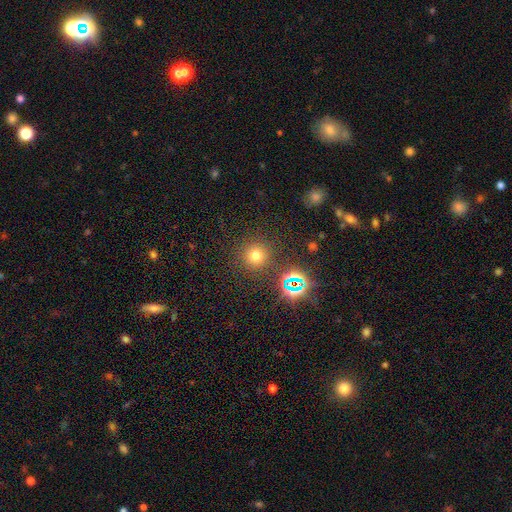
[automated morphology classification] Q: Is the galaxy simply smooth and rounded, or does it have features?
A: smooth — 67%.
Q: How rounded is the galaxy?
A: round — 94%.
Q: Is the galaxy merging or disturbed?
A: none — 87%.